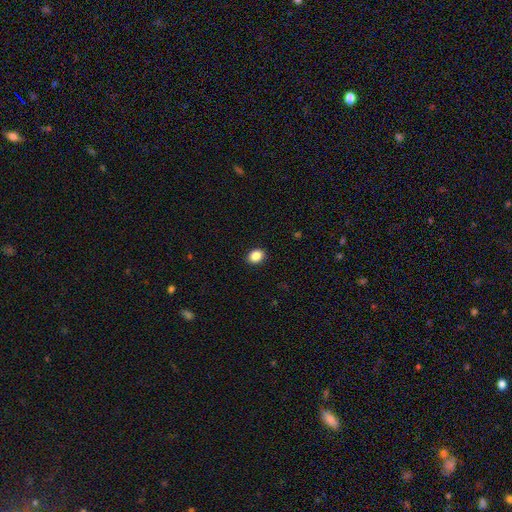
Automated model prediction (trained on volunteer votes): Smooth or featured? Predicted: smooth (p=0.87). How rounded? Predicted: in between (p=0.56). Merging? Predicted: none (p=0.91).